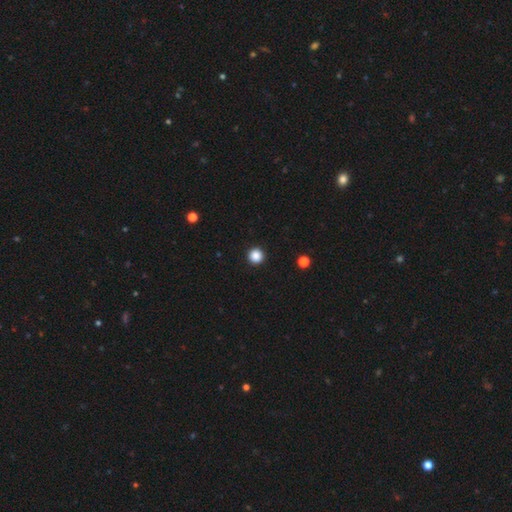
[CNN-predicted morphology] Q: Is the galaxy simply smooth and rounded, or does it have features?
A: smooth — 87%.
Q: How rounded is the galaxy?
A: round — 96%.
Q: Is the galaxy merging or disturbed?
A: none — 94%.